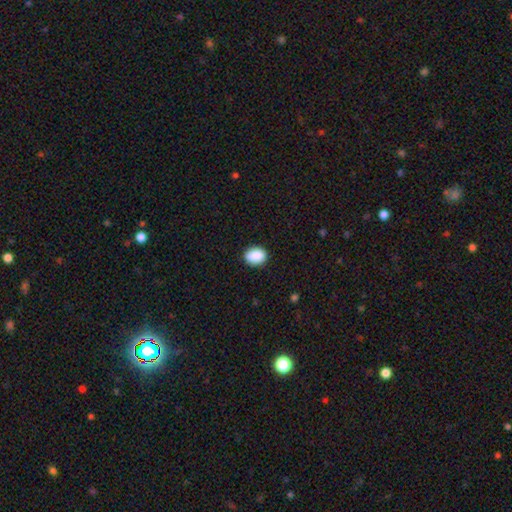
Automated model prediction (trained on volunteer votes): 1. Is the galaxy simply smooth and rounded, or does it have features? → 89% smooth, 7% star or artifact, 3% featured or disk.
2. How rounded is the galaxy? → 66% in between, 33% round, 1% cigar-shaped.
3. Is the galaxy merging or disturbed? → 89% none, 8% minor disturbance, 2% major disturbance, 1% merger.